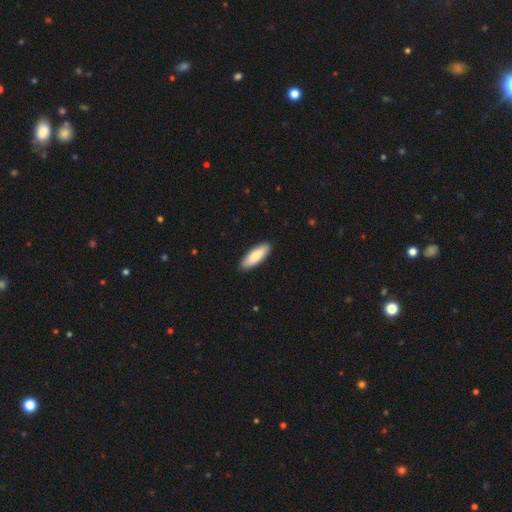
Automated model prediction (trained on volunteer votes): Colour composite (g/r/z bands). It shows a smooth galaxy with no disk features (81%) that is in between round and cigar-shaped (56%). Merging: none (90%).